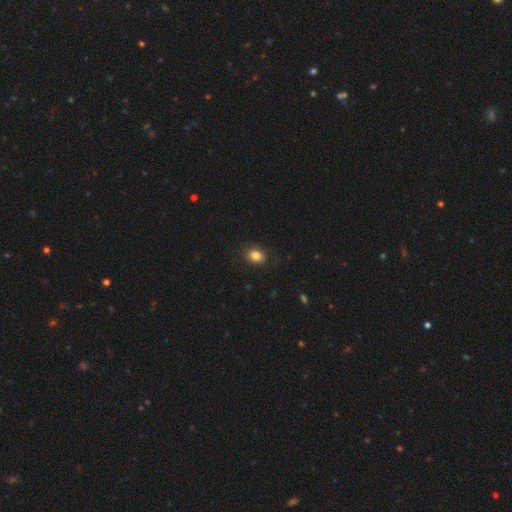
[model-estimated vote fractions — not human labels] Morphology: type=smooth (83%); roundness=in between (57%); merging=none (85%).